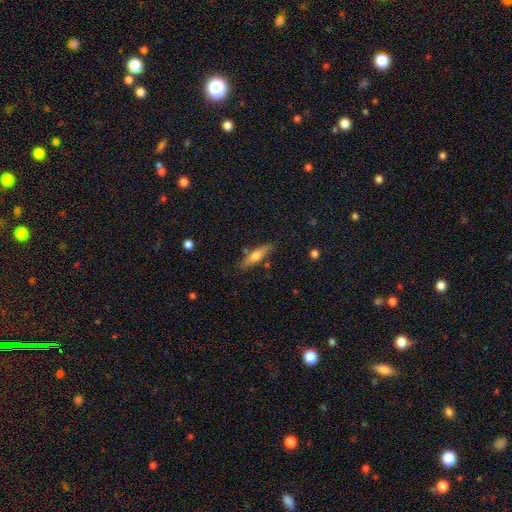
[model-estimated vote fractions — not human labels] This appears to be a smooth galaxy with no disk features (56%) that is cigar-shaped (68%). Merging: none (79%).